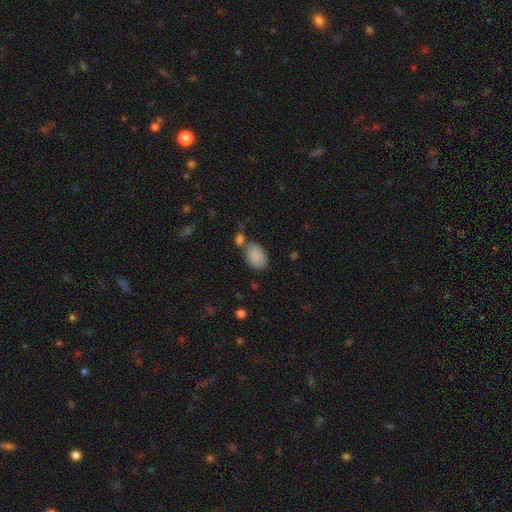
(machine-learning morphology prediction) The model was most divided on "merging": none: 57%, merger: 23%, minor disturbance: 16%, major disturbance: 5%. More confident: how rounded — in between (88%); smooth or featured — smooth (85%).